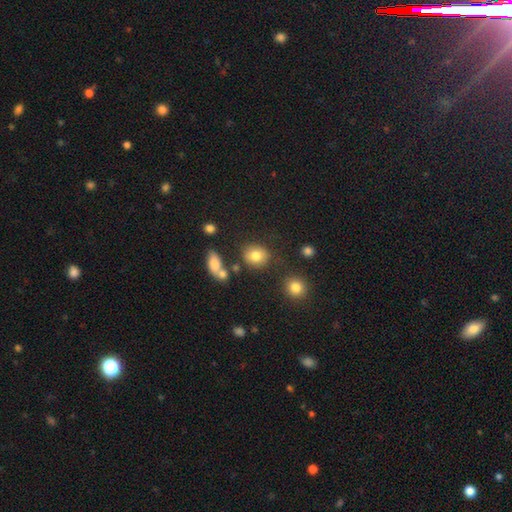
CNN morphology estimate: This appears to be a smooth galaxy with no disk features (79%) that is round (76%). Merging: none (77%).